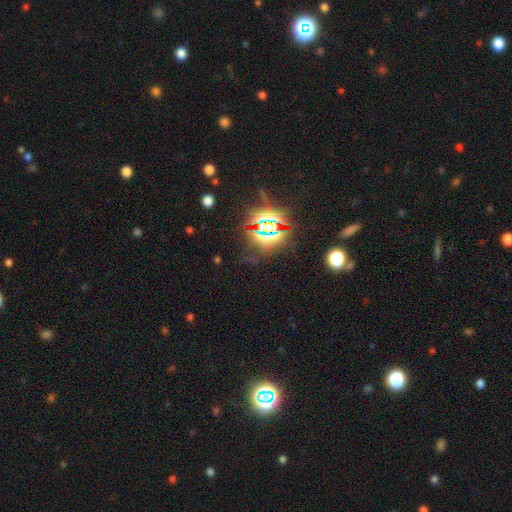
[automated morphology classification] Q: Smooth or featured?
A: star or artifact (84%); runner-up: smooth (9%)